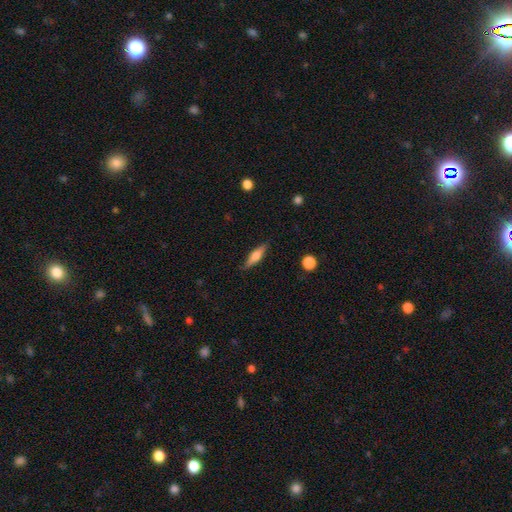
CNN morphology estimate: A smooth galaxy with no disk features (53%) that is cigar-shaped (70%). Merging: none (86%).